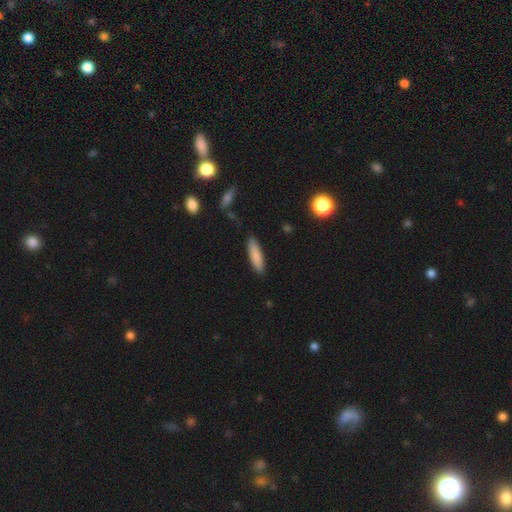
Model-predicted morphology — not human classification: Smooth or featured? Predicted: smooth (p=0.82). How rounded? Predicted: cigar-shaped (p=0.66). Merging? Predicted: none (p=0.87).